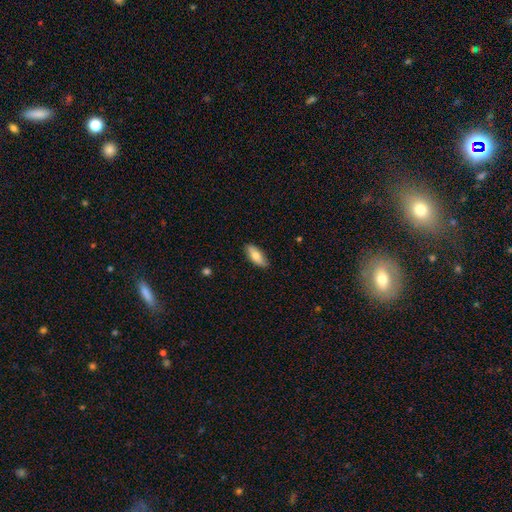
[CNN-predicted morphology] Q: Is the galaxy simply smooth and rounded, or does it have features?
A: smooth — 73%.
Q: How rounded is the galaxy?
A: in between — 73%.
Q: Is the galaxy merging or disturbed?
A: none — 87%.